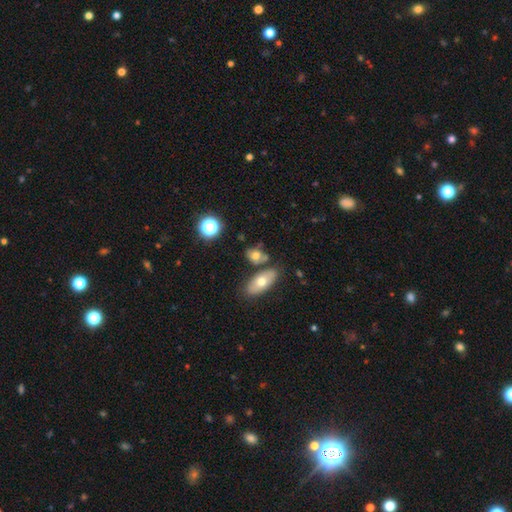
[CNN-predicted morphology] smooth-or-featured: smooth: 70% | featured or disk: 20% | star or artifact: 11%
  how-rounded: in between: 74% | round: 20% | cigar-shaped: 5%
  merging: none: 62% | merger: 20% | minor disturbance: 13% | major disturbance: 5%